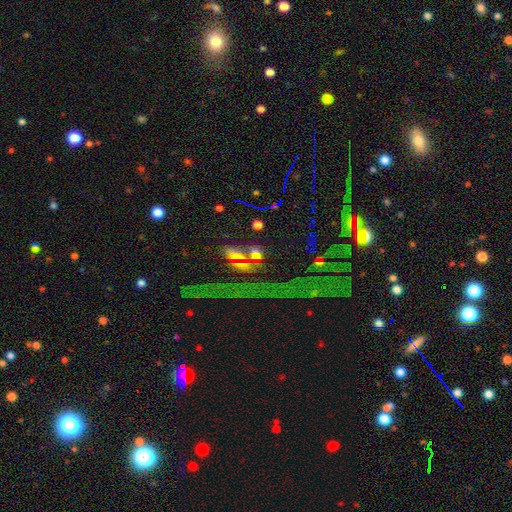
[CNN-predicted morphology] Smooth or featured: star or artifact — 57% (smooth — 25%)